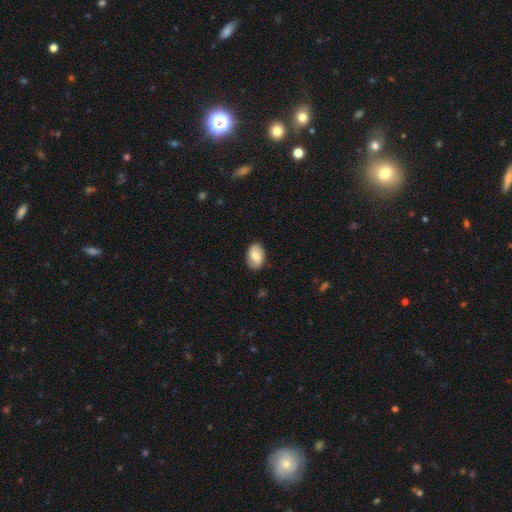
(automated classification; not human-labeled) Smooth or featured: smooth — 69% (featured or disk — 24%)
How rounded: in between — 86% (round — 13%)
Merging: none — 84% (minor disturbance — 12%)